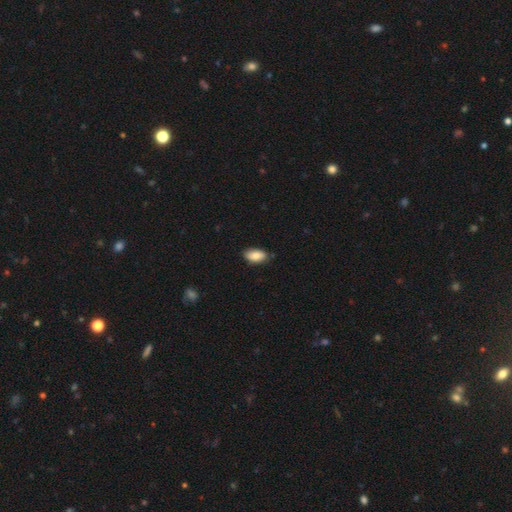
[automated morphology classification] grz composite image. It shows a smooth galaxy with no disk features (84%) that is in between round and cigar-shaped (93%). Merging: none (81%).